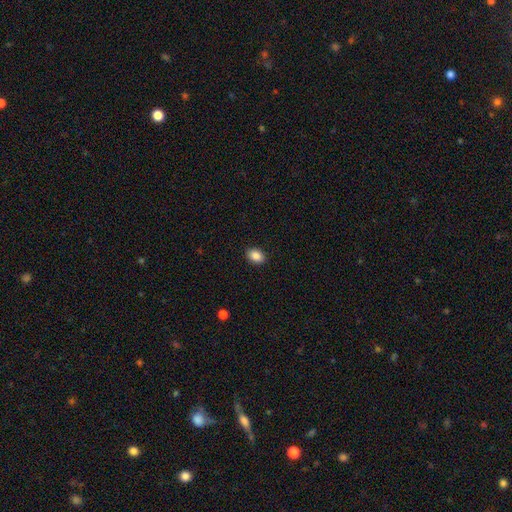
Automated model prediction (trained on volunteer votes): smooth 88%, star or artifact 9%, featured or disk 4%. Down the decision tree: how rounded — in between (76%); merging — none (91%).